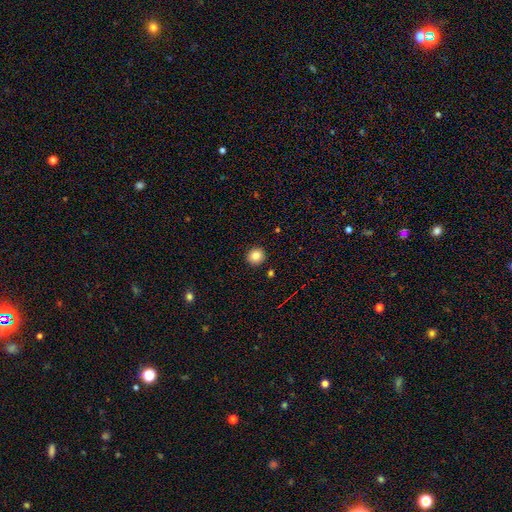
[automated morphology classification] The model was most divided on "smooth or featured": smooth: 84%, star or artifact: 10%, featured or disk: 6%. More confident: how rounded — round (93%); merging — none (92%).